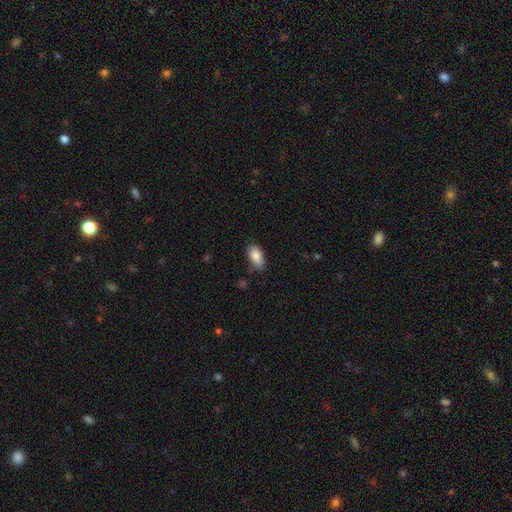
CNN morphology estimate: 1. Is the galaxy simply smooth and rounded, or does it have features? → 86% smooth, 7% star or artifact, 6% featured or disk.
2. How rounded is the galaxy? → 92% in between, 4% cigar-shaped, 4% round.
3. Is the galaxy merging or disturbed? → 77% none, 18% minor disturbance, 3% major disturbance, 2% merger.